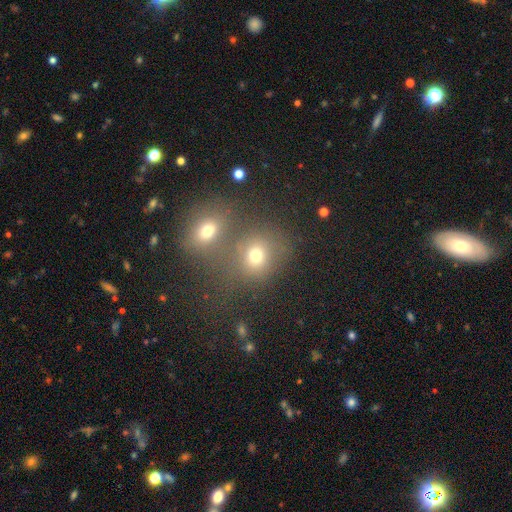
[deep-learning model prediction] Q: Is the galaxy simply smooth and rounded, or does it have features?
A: smooth — 69%.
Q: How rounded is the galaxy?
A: round — 70%.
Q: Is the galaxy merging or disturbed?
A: merger — 44%.